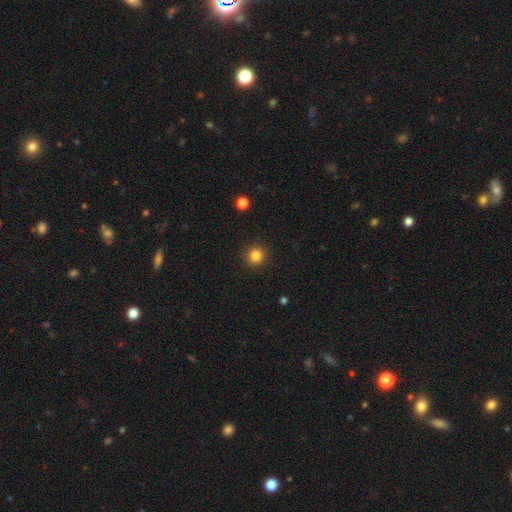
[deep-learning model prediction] Smooth or featured: smooth — 84% (star or artifact — 12%)
How rounded: round — 93% (in between — 6%)
Merging: none — 91% (minor disturbance — 5%)